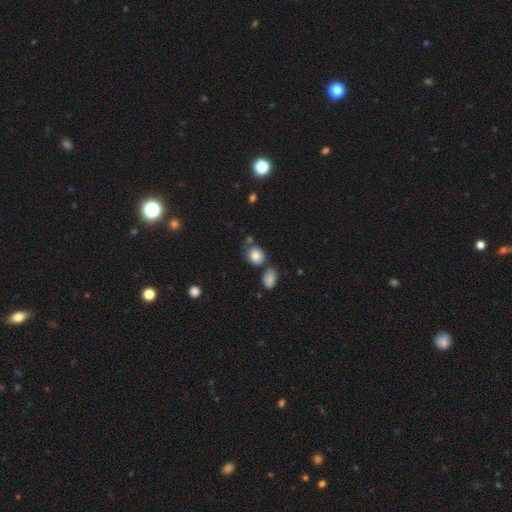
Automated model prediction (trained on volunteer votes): This appears to be a smooth galaxy with no disk features (83%) that is round (64%). Merging: none (64%).